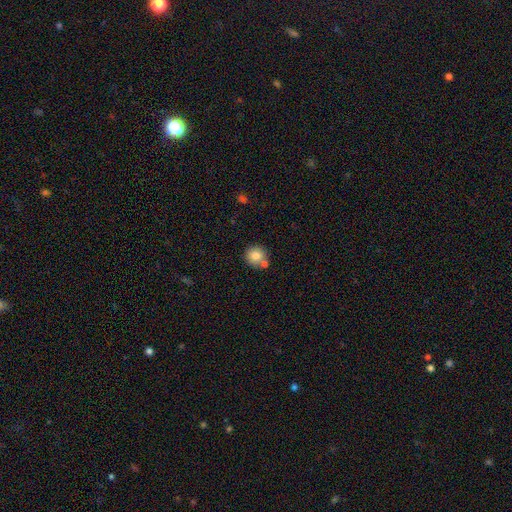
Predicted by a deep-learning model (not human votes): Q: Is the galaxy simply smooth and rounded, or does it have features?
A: smooth — 79%.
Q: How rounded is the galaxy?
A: round — 91%.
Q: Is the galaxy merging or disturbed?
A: none — 65%.